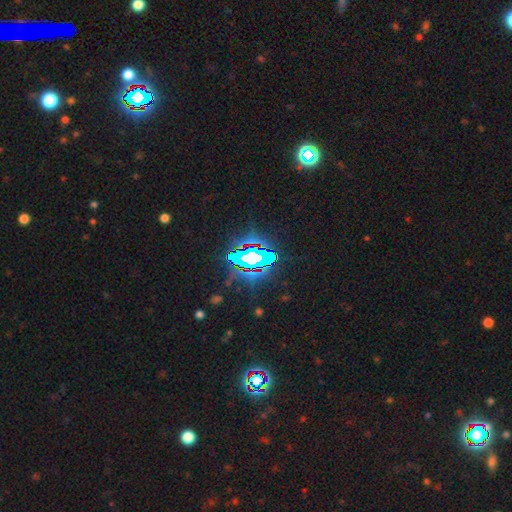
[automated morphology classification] Smooth or featured?
  - star or artifact: 74% *
  - featured or disk: 13%
  - smooth: 12%